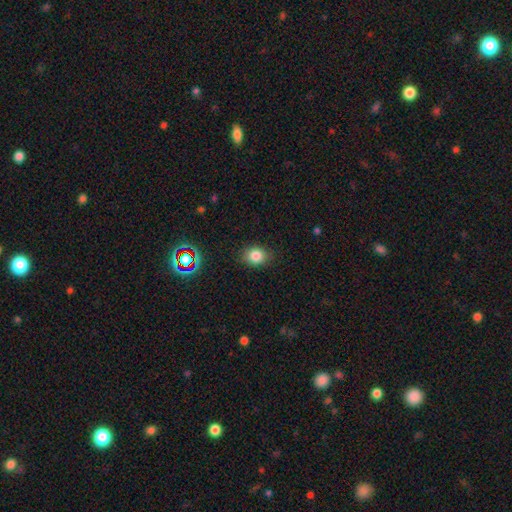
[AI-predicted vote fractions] Overall: smooth (81%). How rounded: round (52%; in between 47%). Merging: none (84%).